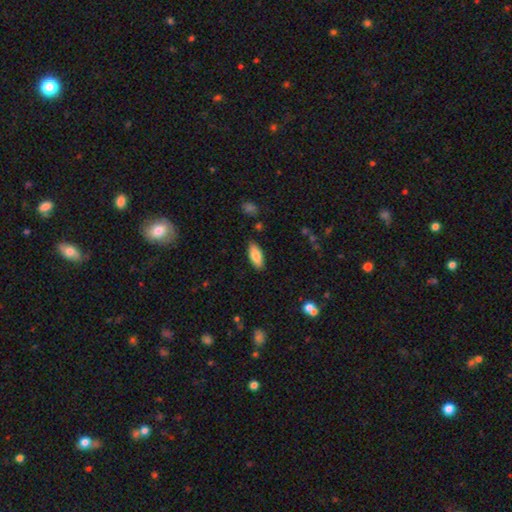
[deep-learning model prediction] Overall: smooth (83%). How rounded: in between (82%). Merging: none (86%).